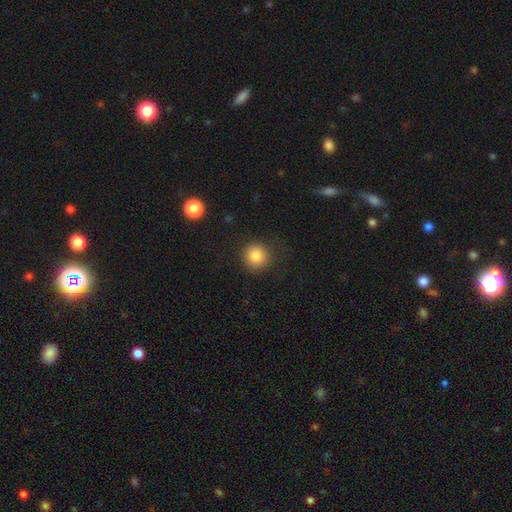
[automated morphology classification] smooth-or-featured: smooth: 85% | star or artifact: 10% | featured or disk: 5%
  how-rounded: round: 92% | in between: 7% | cigar-shaped: 1%
  merging: none: 86% | minor disturbance: 9% | major disturbance: 4% | merger: 1%